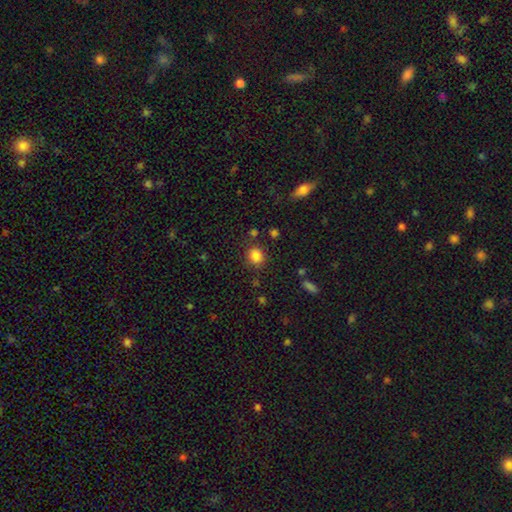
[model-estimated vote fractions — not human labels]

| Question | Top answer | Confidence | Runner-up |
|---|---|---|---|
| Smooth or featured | smooth | 84% | star or artifact (12%) |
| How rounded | round | 77% | in between (22%) |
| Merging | none | 81% | minor disturbance (11%) |